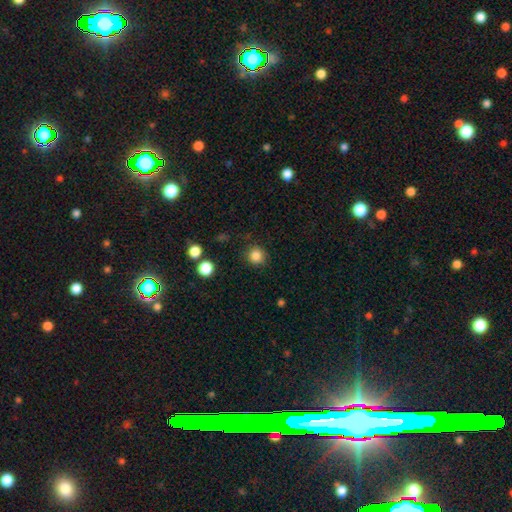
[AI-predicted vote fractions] Smooth or featured? smooth (85%)
How rounded? round (92%)
Merging? none (88%)